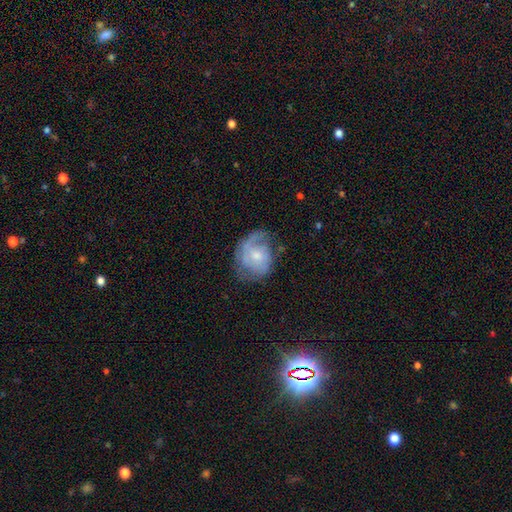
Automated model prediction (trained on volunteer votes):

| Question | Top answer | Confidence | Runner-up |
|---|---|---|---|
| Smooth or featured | featured or disk | 69% | smooth (24%) |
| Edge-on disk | no | 97% | yes (3%) |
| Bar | no | 67% | weak (29%) |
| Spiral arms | yes | 85% | no (15%) |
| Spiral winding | medium | 40% | tight (39%) |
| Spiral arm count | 2 | 42% | can't tell (26%) |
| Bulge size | small | 50% | moderate (39%) |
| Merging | none | 56% | minor disturbance (24%) |